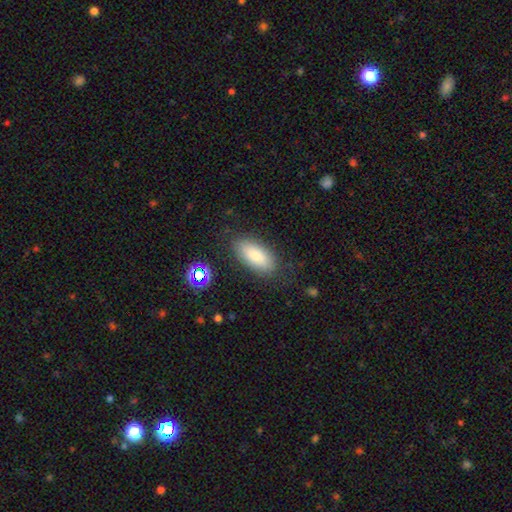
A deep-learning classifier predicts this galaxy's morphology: The model was most divided on "smooth or featured": smooth: 79%, featured or disk: 13%, star or artifact: 8%. More confident: how rounded — in between (87%); merging — none (81%).